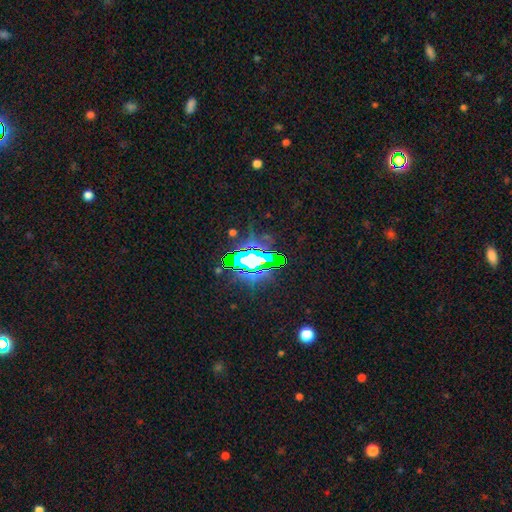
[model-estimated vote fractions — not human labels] Smooth or featured? Predicted: star or artifact (p=0.63).